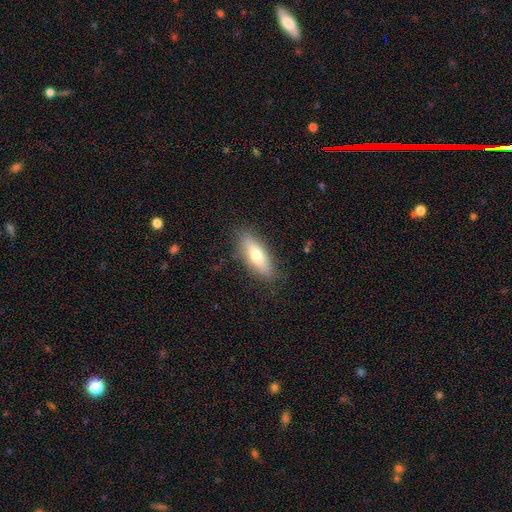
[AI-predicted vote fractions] smooth-or-featured: smooth: 68% | featured or disk: 25% | star or artifact: 7%
  how-rounded: in between: 70% | cigar-shaped: 27% | round: 3%
  merging: none: 84% | minor disturbance: 12% | major disturbance: 3% | merger: 1%